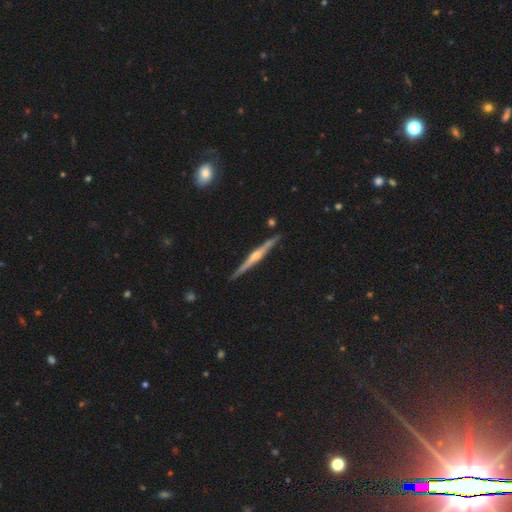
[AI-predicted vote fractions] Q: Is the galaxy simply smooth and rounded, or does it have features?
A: featured or disk — 80%.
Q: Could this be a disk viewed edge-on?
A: yes — 98%.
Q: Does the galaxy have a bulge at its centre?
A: rounded — 82%.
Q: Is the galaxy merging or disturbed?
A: none — 89%.